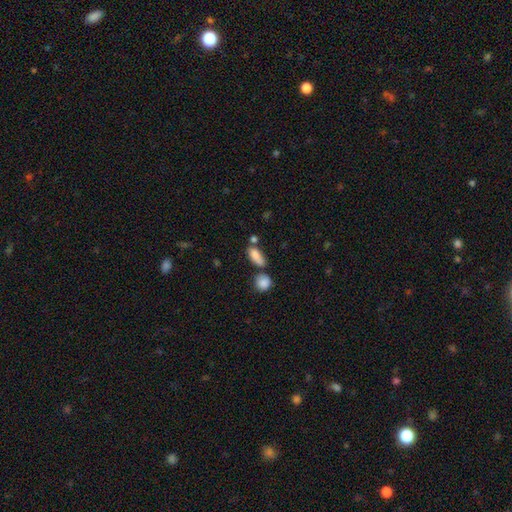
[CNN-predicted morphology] Smooth or featured? Predicted: smooth (p=0.83). How rounded? Predicted: in between (p=0.76). Merging? Predicted: none (p=0.48).